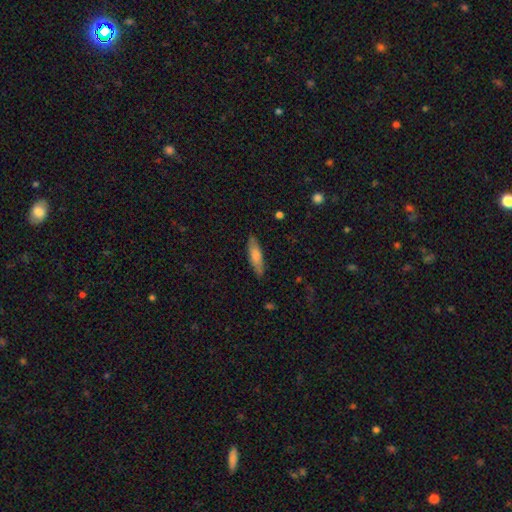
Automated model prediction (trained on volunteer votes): Smooth or featured: smooth — 70% (featured or disk — 24%)
How rounded: cigar-shaped — 60% (in between — 38%)
Merging: none — 85% (minor disturbance — 12%)